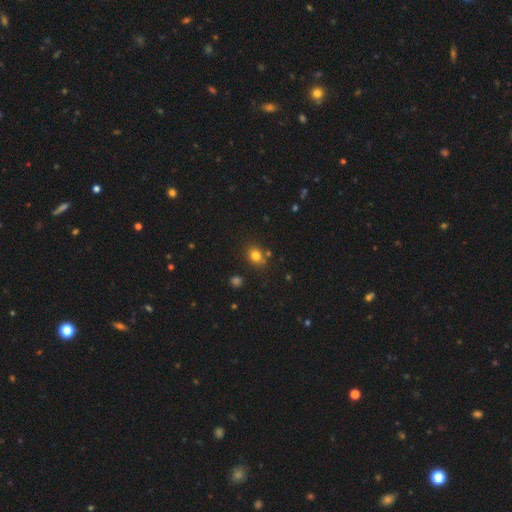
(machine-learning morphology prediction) The model was most divided on "how rounded": round: 51%, in between: 48%, cigar-shaped: 1%. More confident: smooth or featured — smooth (79%); merging — none (77%).